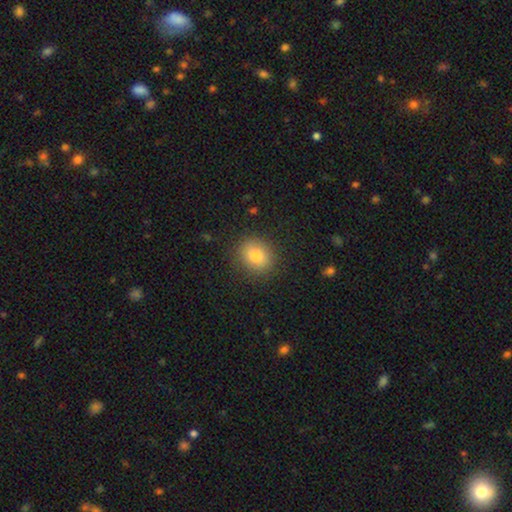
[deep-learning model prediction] smooth-or-featured: smooth: 82% | star or artifact: 10% | featured or disk: 8%
  how-rounded: round: 64% | in between: 35% | cigar-shaped: 1%
  merging: none: 87% | minor disturbance: 9% | major disturbance: 3% | merger: 1%